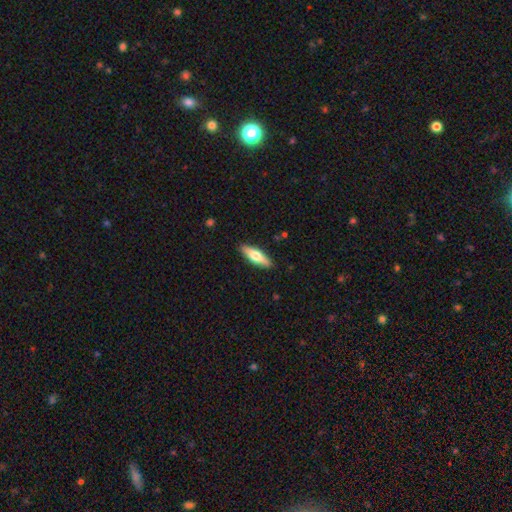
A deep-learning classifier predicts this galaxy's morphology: A smooth galaxy with no disk features (63%) that is cigar-shaped (51%). Merging: none (90%).